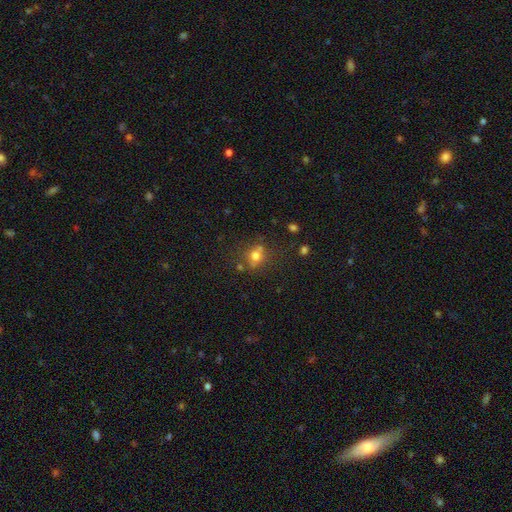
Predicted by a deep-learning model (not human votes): Smooth or featured: smooth — 69% (star or artifact — 18%)
How rounded: round — 77% (in between — 22%)
Merging: none — 65% (merger — 16%)